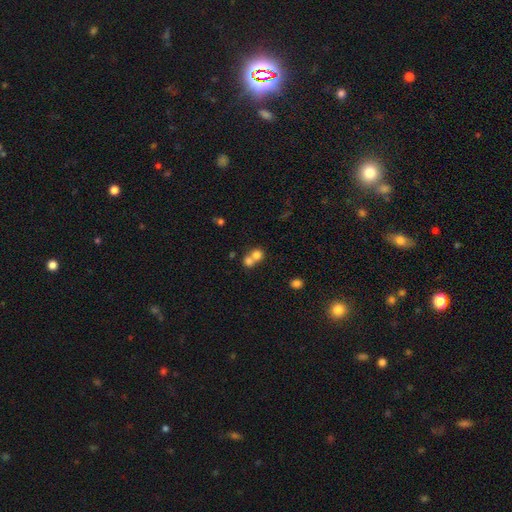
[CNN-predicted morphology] The model was most divided on "merging": merger: 61%, none: 32%, minor disturbance: 4%, major disturbance: 3%. More confident: how rounded — round (81%); smooth or featured — smooth (75%).